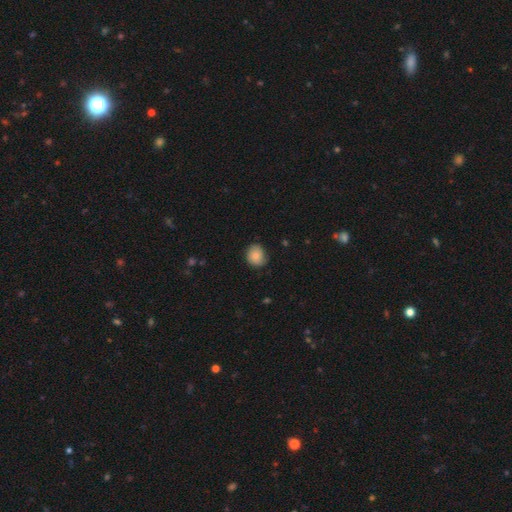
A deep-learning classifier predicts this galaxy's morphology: smooth_or_featured: smooth (p=0.83) [alt: featured or disk p=0.10]
how_rounded: round (p=0.70) [alt: in between p=0.30]
merging: none (p=0.72) [alt: minor disturbance p=0.23]